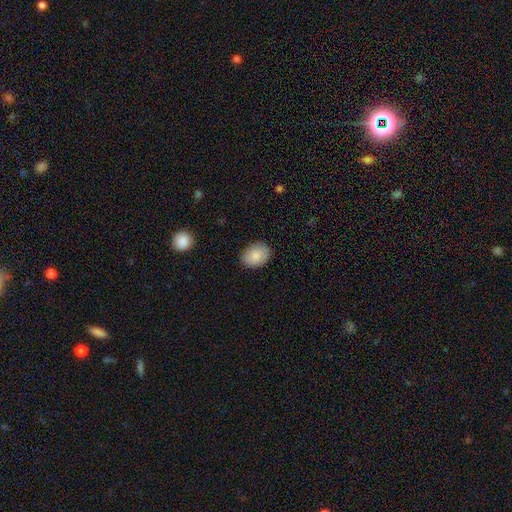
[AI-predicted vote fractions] Smooth or featured?
  - smooth: 87% *
  - star or artifact: 7%
  - featured or disk: 6%
How rounded?
  - in between: 75% *
  - round: 24%
  - cigar-shaped: 1%
Merging?
  - none: 85% *
  - minor disturbance: 11%
  - major disturbance: 2%
  - merger: 1%